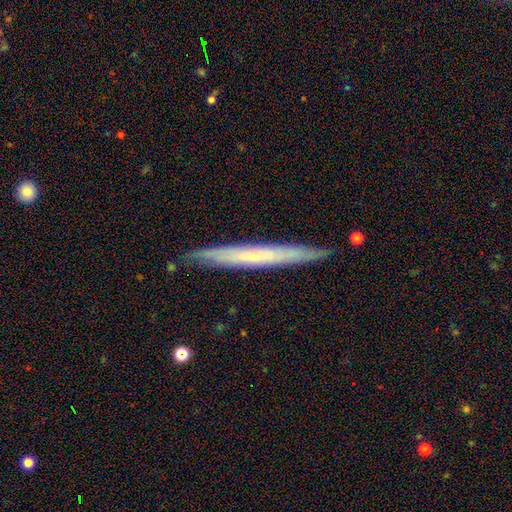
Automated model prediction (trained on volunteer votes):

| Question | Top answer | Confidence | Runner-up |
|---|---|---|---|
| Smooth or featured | featured or disk | 53% | smooth (40%) |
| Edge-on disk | yes | 93% | no (7%) |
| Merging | none | 89% | minor disturbance (9%) |